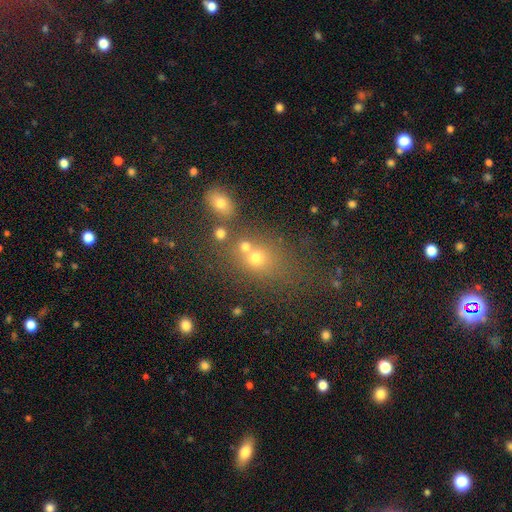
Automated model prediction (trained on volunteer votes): The model was most divided on "how rounded": round: 57%, in between: 40%, cigar-shaped: 3%. More confident: smooth or featured — smooth (59%); merging — none (52%).